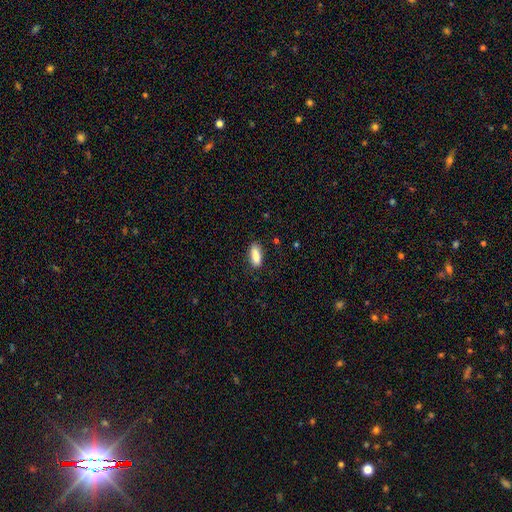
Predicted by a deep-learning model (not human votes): smooth 87%, star or artifact 7%, featured or disk 6%. Down the decision tree: how rounded — in between (72%); merging — none (84%).